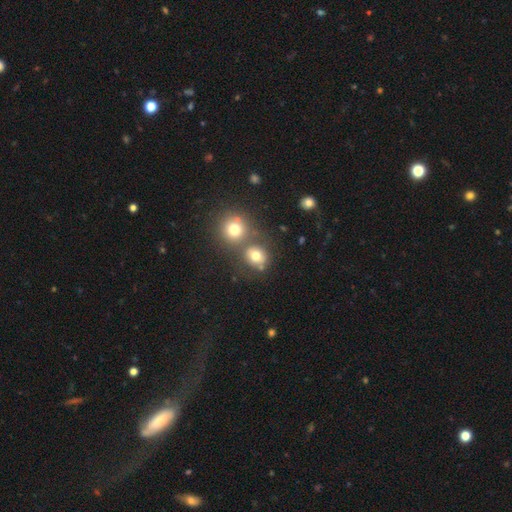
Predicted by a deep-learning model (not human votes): Q: Smooth or featured?
A: smooth (72%); runner-up: star or artifact (15%)
Q: How rounded?
A: round (76%); runner-up: in between (23%)
Q: Merging?
A: none (52%); runner-up: merger (32%)